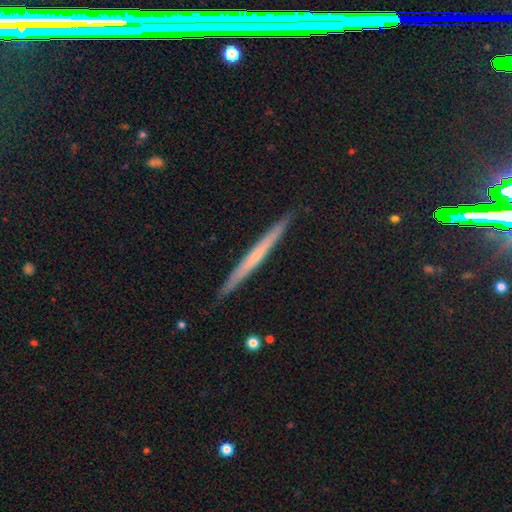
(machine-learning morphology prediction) A featured or disk galaxy (54%) viewed edge-on (97%) with no central bulge (78%).

Vote fractions:
- Smooth or featured? featured or disk: 54% / smooth: 40% / star or artifact: 6%
- Edge-on disk? yes: 97% / no: 3%
- Edge-on bulge? none: 78% / rounded: 18% / boxy: 4%
- Merging? none: 90% / minor disturbance: 7% / major disturbance: 1% / merger: 1%